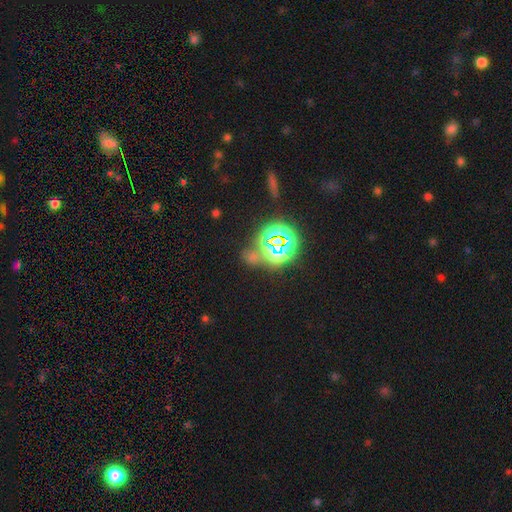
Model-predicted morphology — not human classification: star or artifact 69%, smooth 23%, featured or disk 9%.